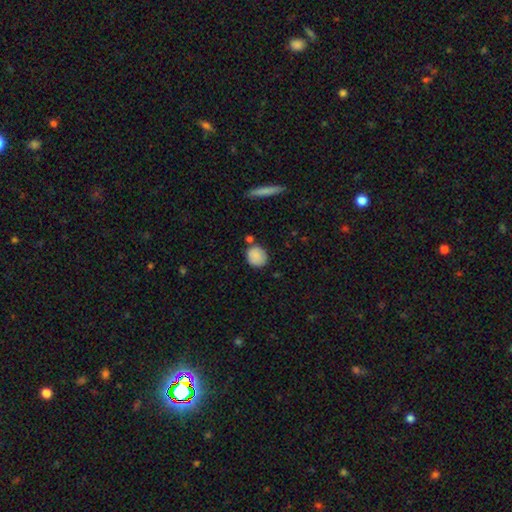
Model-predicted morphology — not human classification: This appears to be a smooth galaxy with no disk features (87%) that is round (80%). Merging: none (76%).